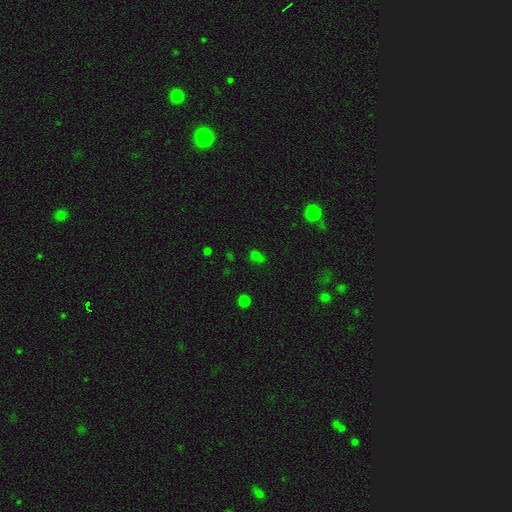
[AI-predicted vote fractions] A smooth galaxy with no disk features (54%) that is round (64%). Merging: none (52%).